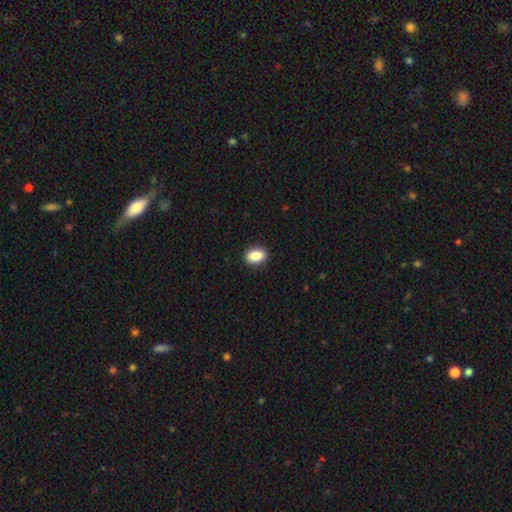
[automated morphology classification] smooth_or_featured: smooth (p=0.89) [alt: star or artifact p=0.08]
how_rounded: in between (p=0.87) [alt: round p=0.12]
merging: none (p=0.90) [alt: minor disturbance p=0.07]